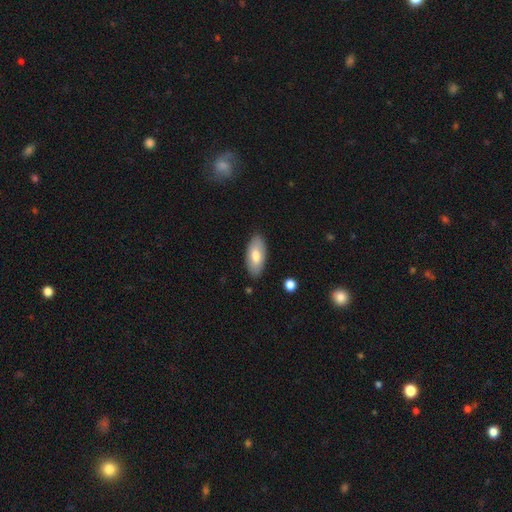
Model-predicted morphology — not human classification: smooth 73%, featured or disk 21%, star or artifact 6%. Down the decision tree: how rounded — in between (91%); merging — none (86%).